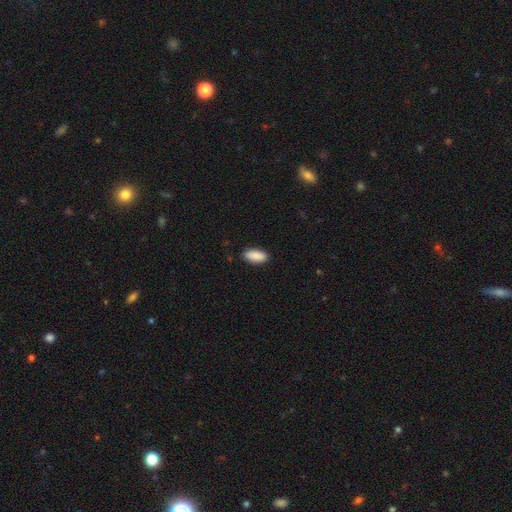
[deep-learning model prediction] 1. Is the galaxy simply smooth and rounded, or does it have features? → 90% smooth, 6% star or artifact, 4% featured or disk.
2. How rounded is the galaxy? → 87% in between, 11% cigar-shaped, 2% round.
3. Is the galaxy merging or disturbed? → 89% none, 8% minor disturbance, 2% major disturbance, 1% merger.